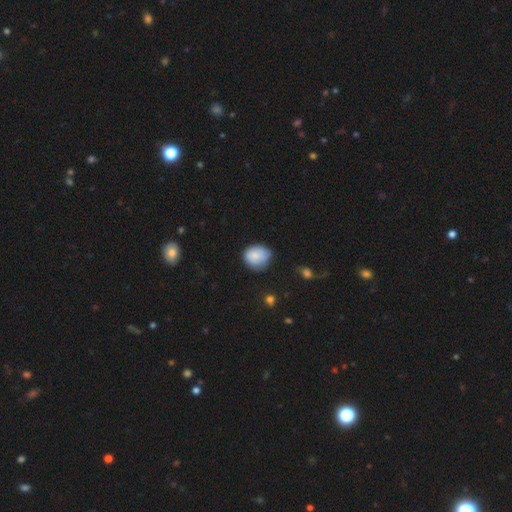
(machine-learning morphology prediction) Q: Smooth or featured?
A: smooth (82%); runner-up: featured or disk (10%)
Q: How rounded?
A: round (62%); runner-up: in between (37%)
Q: Merging?
A: none (61%); runner-up: minor disturbance (31%)